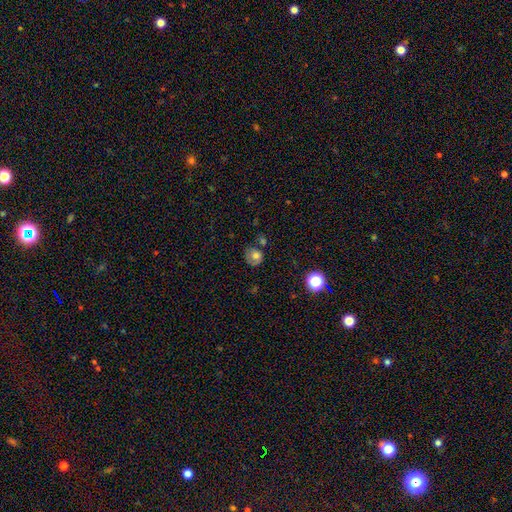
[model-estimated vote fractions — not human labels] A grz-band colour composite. It shows a smooth galaxy with no disk features (67%) that is round (74%). Merging: none (55%).